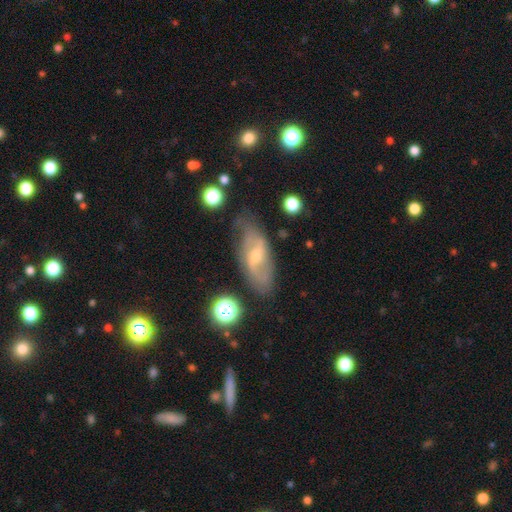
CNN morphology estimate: smooth-or-featured: featured or disk: 70% | smooth: 22% | star or artifact: 8%
  disk-edge-on: no: 88% | yes: 12%
    bar: weak: 51% | no: 32% | strong: 16%
    has-spiral-arms: yes: 84% | no: 16%
      spiral-winding: loose: 45% | medium: 37% | tight: 18%
      spiral-arm-count: 2: 77% | can't tell: 16% | 1: 2% | 3: 2% | 4: 1% | more than 4: 1%
    bulge-size: small: 53% | moderate: 42% | none: 2% | large: 2% | dominant: 1%
  merging: none: 74% | minor disturbance: 18% | major disturbance: 5% | merger: 2%